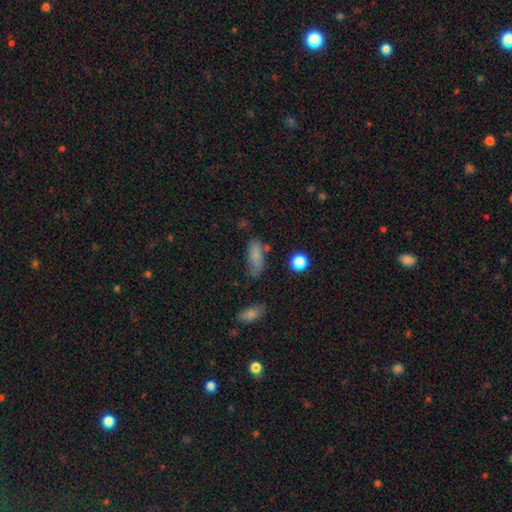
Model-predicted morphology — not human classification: smooth 77%, featured or disk 14%, star or artifact 9%. Down the decision tree: how rounded — in between (79%); merging — none (58%).